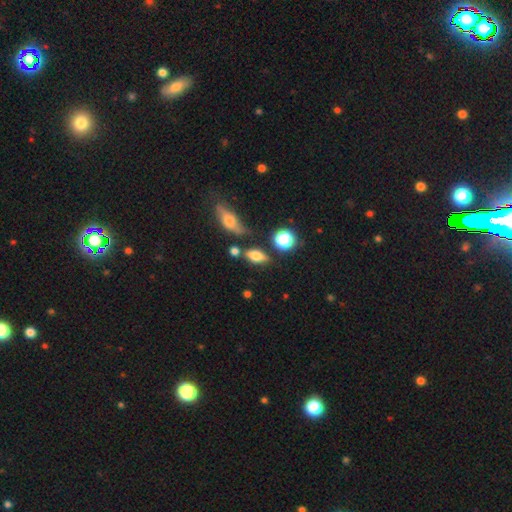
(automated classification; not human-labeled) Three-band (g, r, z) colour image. It shows a smooth galaxy with no disk features (68%) that is in between round and cigar-shaped (76%). Merging: none (69%).